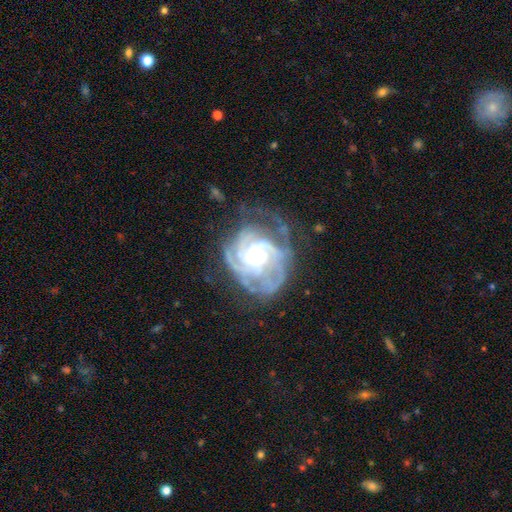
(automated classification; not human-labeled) A featured or disk galaxy (90%) with no bar (68%), tight (63%) spiral arms (96%) and a moderate central bulge (66%).

Vote fractions:
- Smooth or featured? featured or disk: 90% / smooth: 5% / star or artifact: 5%
- Edge-on disk? no: 98% / yes: 2%
- Bar? no: 68% / weak: 25% / strong: 7%
- Spiral arms? yes: 96% / no: 4%
- Spiral winding? tight: 63% / medium: 30% / loose: 7%
- Spiral arm count? can't tell: 29% / 3: 25% / 2: 16% / 4: 15% / more than 4: 9% / 1: 7%
- Bulge size? moderate: 66% / large: 19% / small: 12% / none: 1% / dominant: 1%
- Merging? none: 56% / minor disturbance: 23% / major disturbance: 19% / merger: 2%